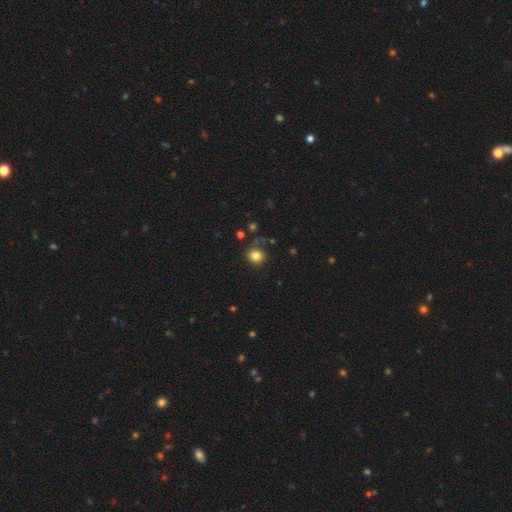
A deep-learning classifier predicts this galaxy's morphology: A smooth galaxy with no disk features (82%) that is round (85%). Merging: none (75%).